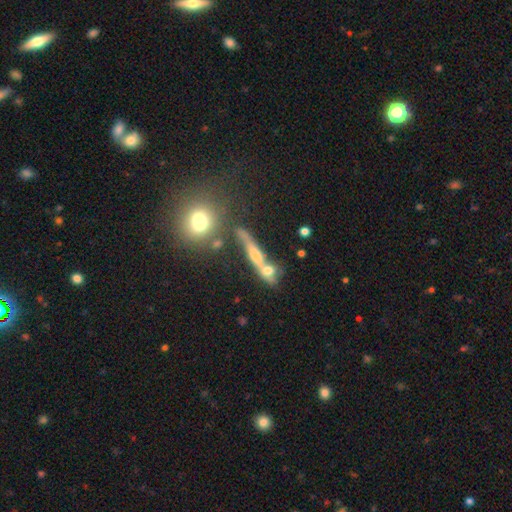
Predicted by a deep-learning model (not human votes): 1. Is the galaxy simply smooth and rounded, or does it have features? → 55% featured or disk, 32% smooth, 14% star or artifact.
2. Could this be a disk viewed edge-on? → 73% yes, 27% no.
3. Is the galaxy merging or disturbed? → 45% none, 35% merger, 12% minor disturbance, 8% major disturbance.